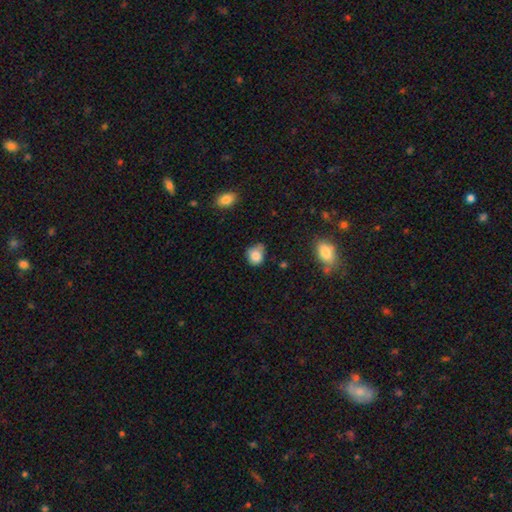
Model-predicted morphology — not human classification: A smooth galaxy with no disk features (83%) that is round (64%).

Vote fractions:
- Smooth or featured? smooth: 83% / star or artifact: 10% / featured or disk: 7%
- How rounded? round: 64% / in between: 35% / cigar-shaped: 1%
- Merging? none: 47% / minor disturbance: 37% / major disturbance: 10% / merger: 6%